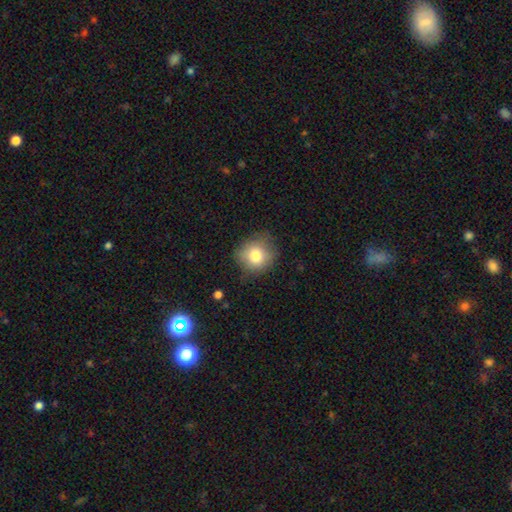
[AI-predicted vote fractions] smooth-or-featured: smooth: 79% | featured or disk: 11% | star or artifact: 10%
  how-rounded: round: 85% | in between: 14% | cigar-shaped: 1%
  merging: none: 76% | minor disturbance: 19% | major disturbance: 5% | merger: 1%